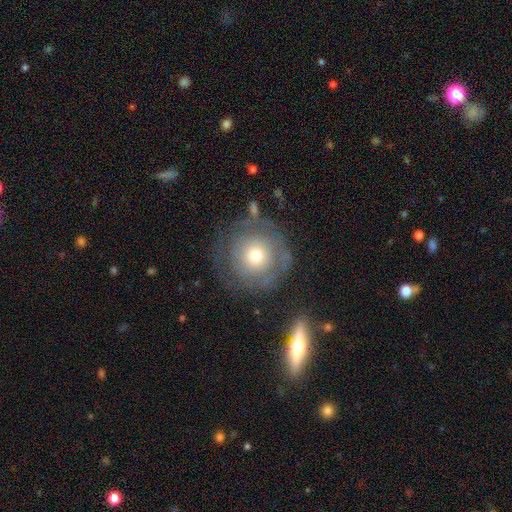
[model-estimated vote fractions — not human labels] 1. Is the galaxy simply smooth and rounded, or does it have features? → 51% smooth, 40% featured or disk, 9% star or artifact.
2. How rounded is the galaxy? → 94% round, 5% in between, 1% cigar-shaped.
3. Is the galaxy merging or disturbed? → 67% none, 16% minor disturbance, 14% major disturbance, 3% merger.